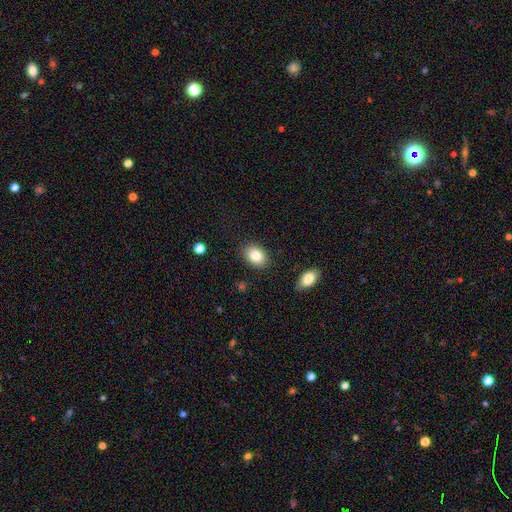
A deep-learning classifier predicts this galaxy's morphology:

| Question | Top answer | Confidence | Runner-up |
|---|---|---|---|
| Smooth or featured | smooth | 84% | featured or disk (8%) |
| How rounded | in between | 77% | round (22%) |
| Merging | none | 87% | minor disturbance (9%) |